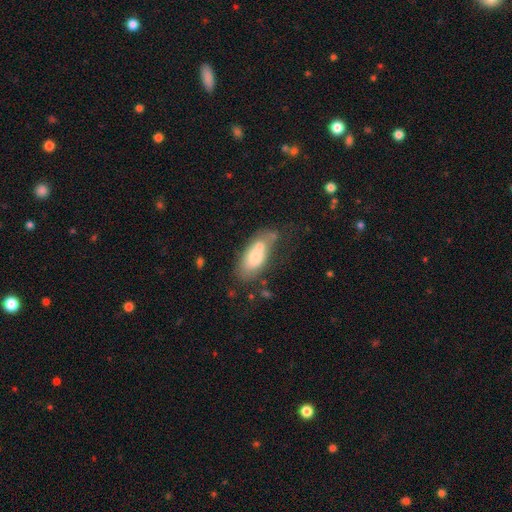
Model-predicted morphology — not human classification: A smooth galaxy with no disk features (70%) that is in between round and cigar-shaped (84%). Merging: none (37%).